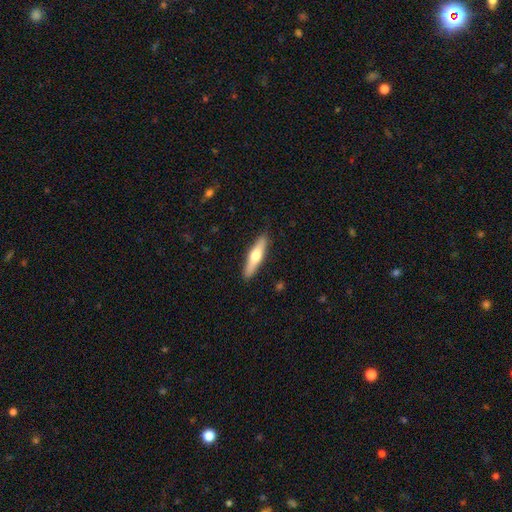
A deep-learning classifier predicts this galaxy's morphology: A smooth galaxy with no disk features (52%) that is cigar-shaped (78%). Merging: none (90%).